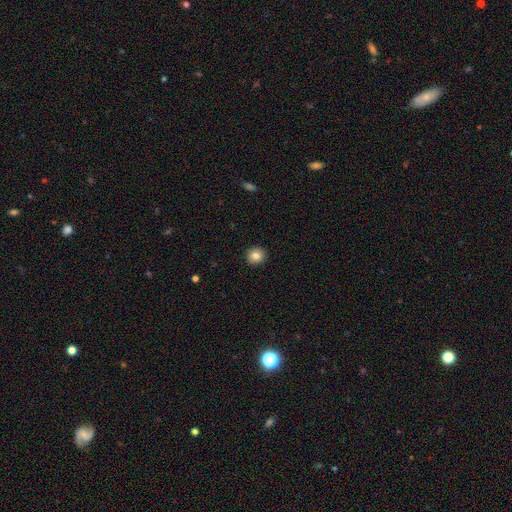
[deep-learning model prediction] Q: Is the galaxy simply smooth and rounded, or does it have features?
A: smooth — 83%.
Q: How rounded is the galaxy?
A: round — 92%.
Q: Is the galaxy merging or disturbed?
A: none — 93%.